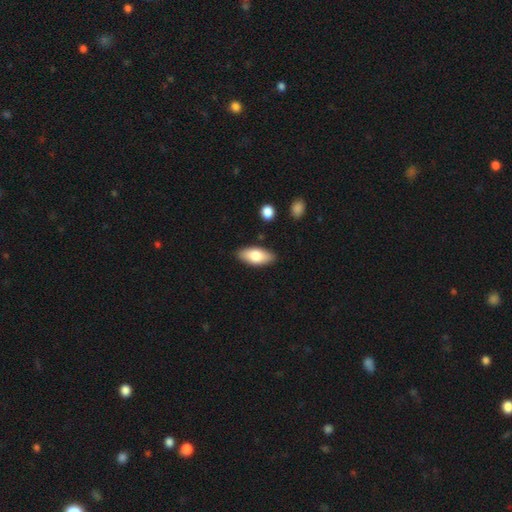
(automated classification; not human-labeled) Smooth or featured? smooth (78%)
How rounded? in between (87%)
Merging? none (86%)